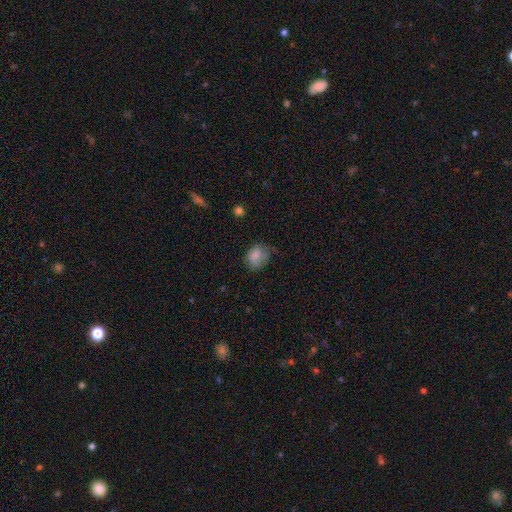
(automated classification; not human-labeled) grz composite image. It shows a smooth galaxy with no disk features (80%) that is in between round and cigar-shaped (61%). Merging: none (49%).